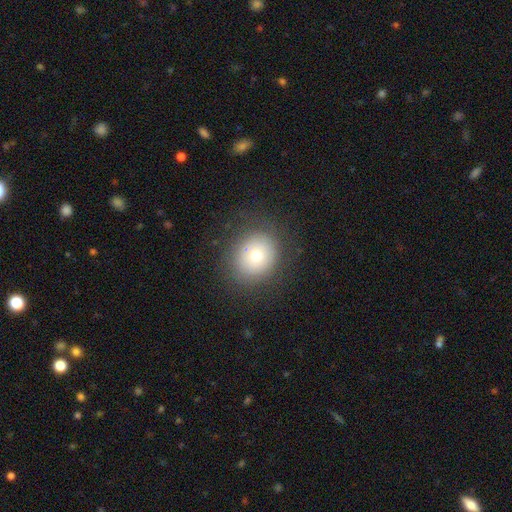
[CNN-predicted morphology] A smooth galaxy with no disk features (70%) that is round (75%).

Vote fractions:
- Smooth or featured? smooth: 70% / featured or disk: 18% / star or artifact: 12%
- How rounded? round: 75% / in between: 25% / cigar-shaped: 1%
- Merging? none: 82% / minor disturbance: 11% / major disturbance: 6% / merger: 1%